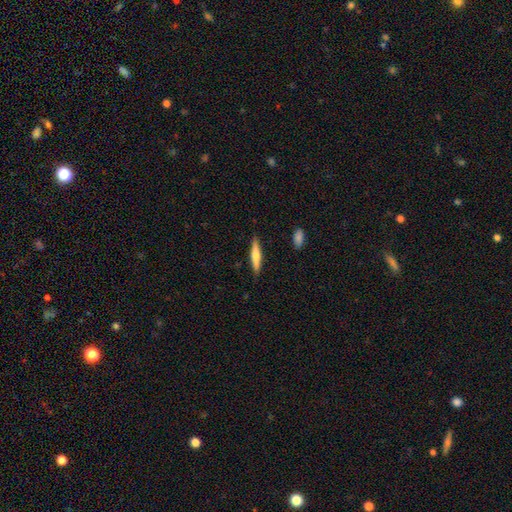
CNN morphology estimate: Smooth or featured?
  - smooth: 57% *
  - featured or disk: 37%
  - star or artifact: 6%
How rounded?
  - cigar-shaped: 88% *
  - in between: 11%
  - round: 2%
Merging?
  - none: 88% *
  - minor disturbance: 9%
  - major disturbance: 2%
  - merger: 2%